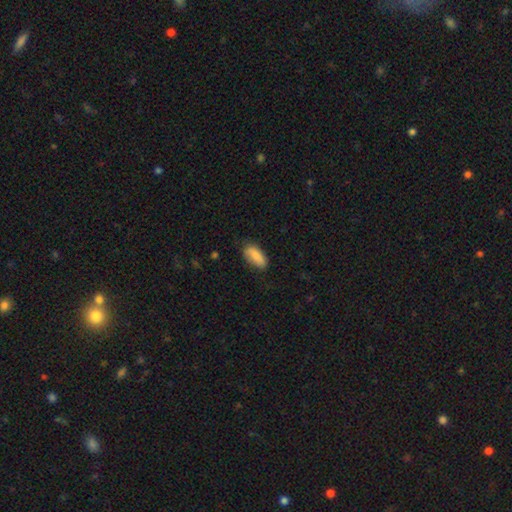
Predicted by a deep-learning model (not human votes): smooth_or_featured: smooth (p=0.85) [alt: featured or disk p=0.09]
how_rounded: in between (p=0.86) [alt: cigar-shaped p=0.12]
merging: none (p=0.74) [alt: minor disturbance p=0.21]